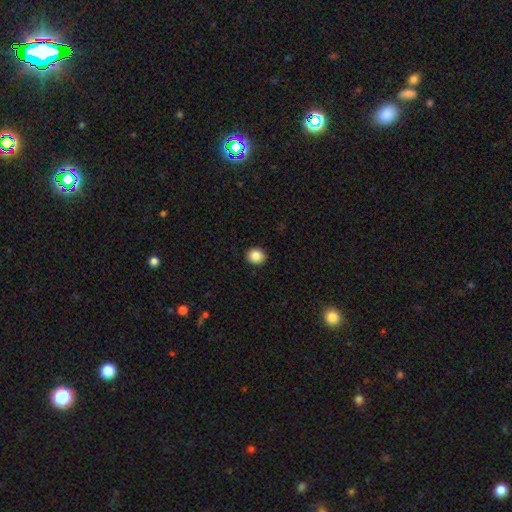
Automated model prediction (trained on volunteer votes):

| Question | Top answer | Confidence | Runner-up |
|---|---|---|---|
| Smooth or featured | smooth | 86% | star or artifact (9%) |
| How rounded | round | 81% | in between (18%) |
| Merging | none | 93% | minor disturbance (5%) |